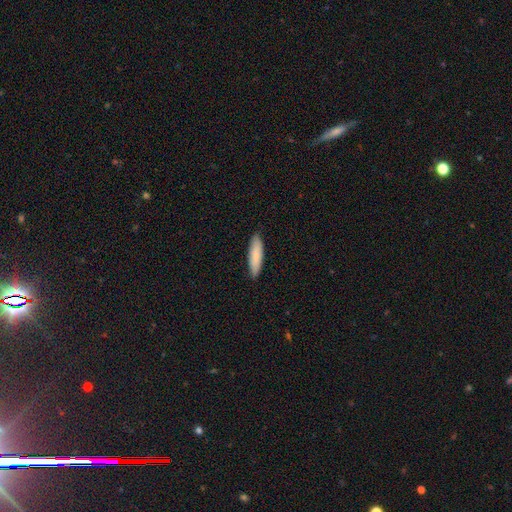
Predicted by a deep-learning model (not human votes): This is clearly a smooth galaxy (84%). How rounded: likely cigar-shaped (68%). Merging: clearly none (89%).